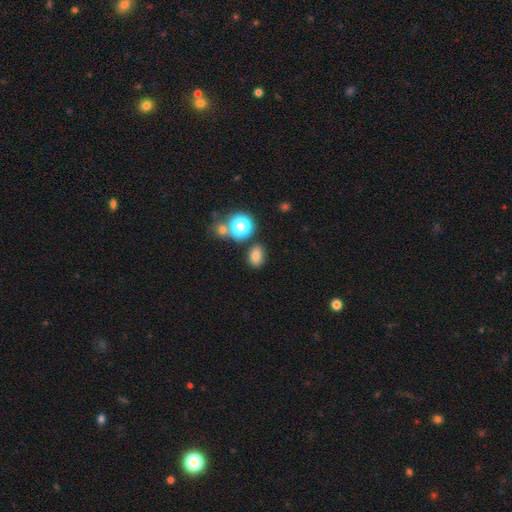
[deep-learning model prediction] Smooth or featured?
  - smooth: 76% *
  - star or artifact: 17%
  - featured or disk: 7%
How rounded?
  - in between: 65% *
  - round: 34%
  - cigar-shaped: 1%
Merging?
  - none: 81% *
  - minor disturbance: 11%
  - merger: 5%
  - major disturbance: 3%